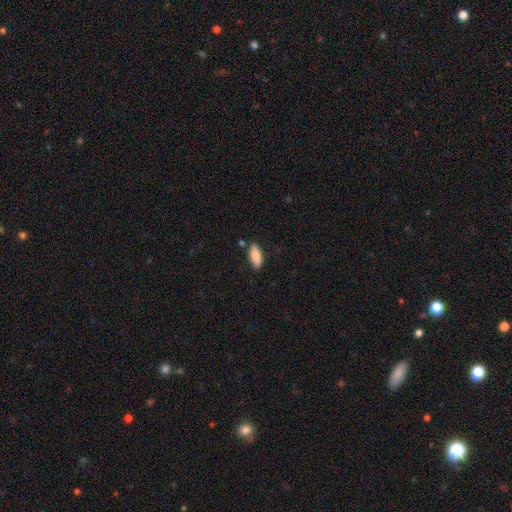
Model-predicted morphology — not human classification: This appears to be a smooth galaxy with no disk features (84%) that is in between round and cigar-shaped (77%). Merging: none (82%).